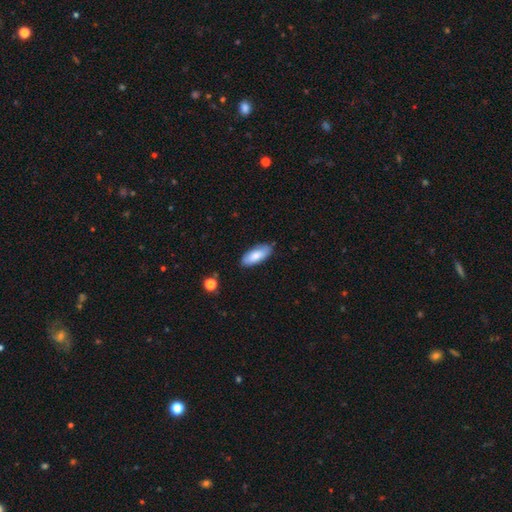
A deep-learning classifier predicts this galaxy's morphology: A smooth galaxy with no disk features (77%) that is in between round and cigar-shaped (84%). Merging: none (80%).